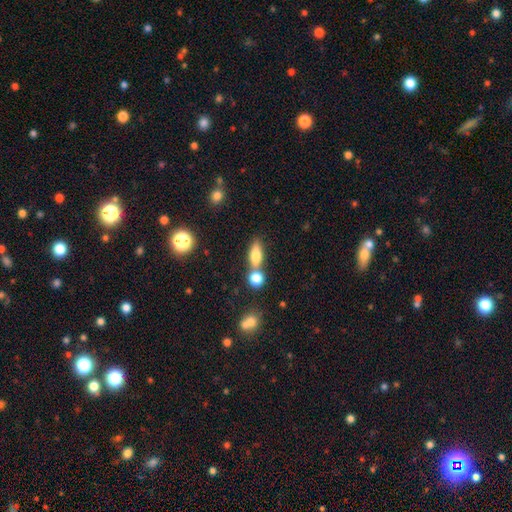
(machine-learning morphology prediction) This appears to be a smooth galaxy with no disk features (72%) that is in between round and cigar-shaped (64%). Merging: none (55%).